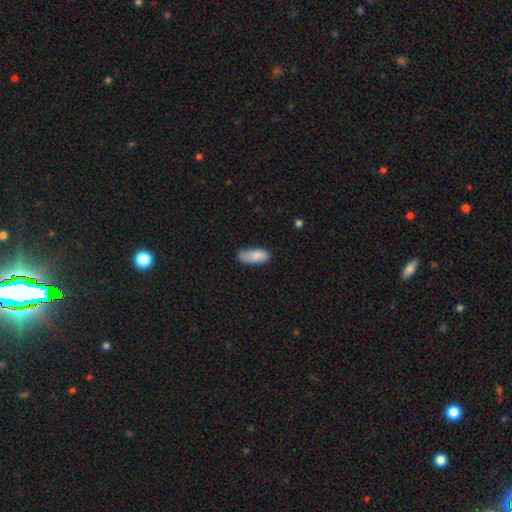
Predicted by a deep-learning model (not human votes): The model was most divided on "merging": none: 71%, minor disturbance: 22%, major disturbance: 4%, merger: 2%. More confident: smooth or featured — smooth (84%); how rounded — in between (80%).